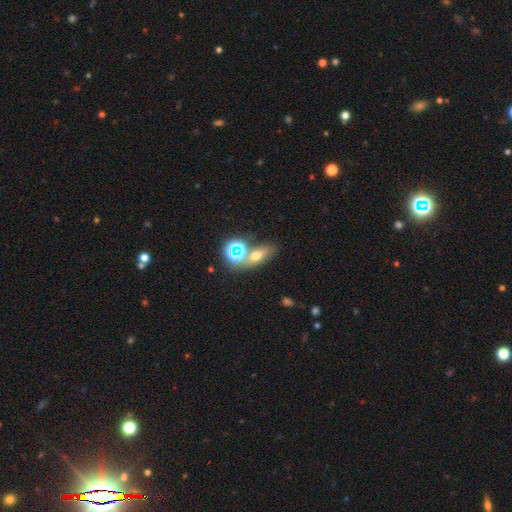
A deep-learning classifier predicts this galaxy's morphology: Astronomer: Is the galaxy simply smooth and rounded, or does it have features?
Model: smooth — 54%.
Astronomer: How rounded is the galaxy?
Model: in between — 63%.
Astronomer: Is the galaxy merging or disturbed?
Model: none — 58%.